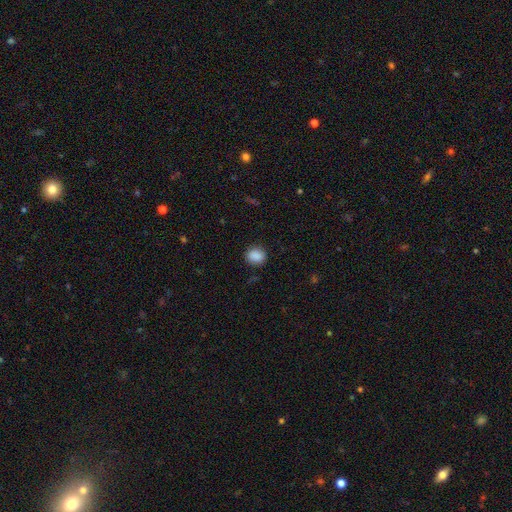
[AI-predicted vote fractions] Morphology: type=smooth (88%); roundness=round (63%); merging=none (86%).